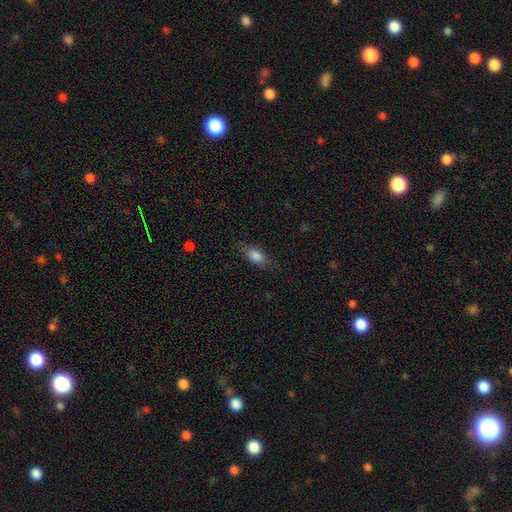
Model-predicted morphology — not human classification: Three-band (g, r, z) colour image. It shows a smooth galaxy with no disk features (79%) that is in between round and cigar-shaped (78%). Merging: none (77%).